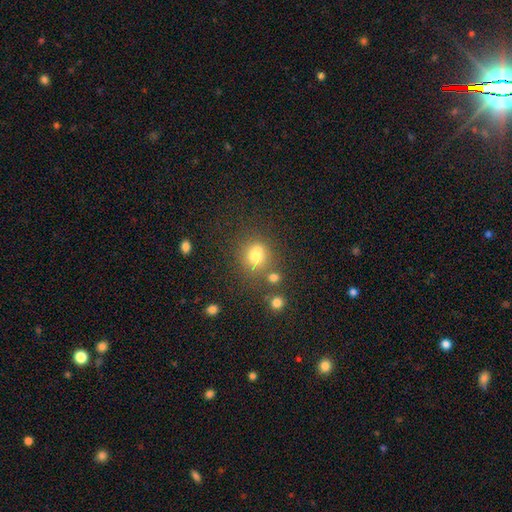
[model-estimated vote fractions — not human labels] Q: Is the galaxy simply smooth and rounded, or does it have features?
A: smooth — 71%.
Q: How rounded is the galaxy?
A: round — 62%.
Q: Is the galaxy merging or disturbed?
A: none — 58%.